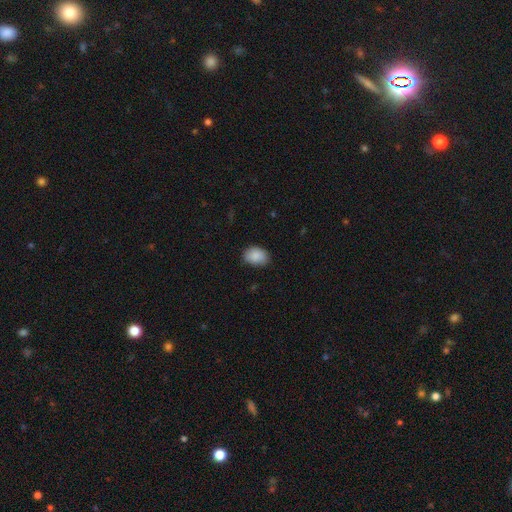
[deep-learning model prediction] Morphology: type=smooth (89%); roundness=in between (76%); merging=none (79%).